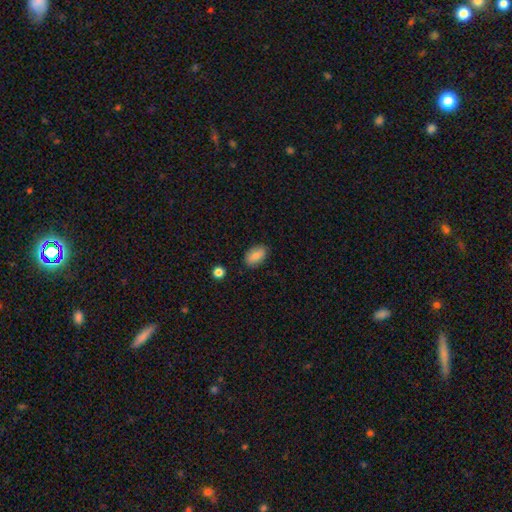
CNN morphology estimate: Smooth or featured: smooth — 83% (featured or disk — 10%)
How rounded: in between — 91% (round — 7%)
Merging: none — 85% (minor disturbance — 11%)